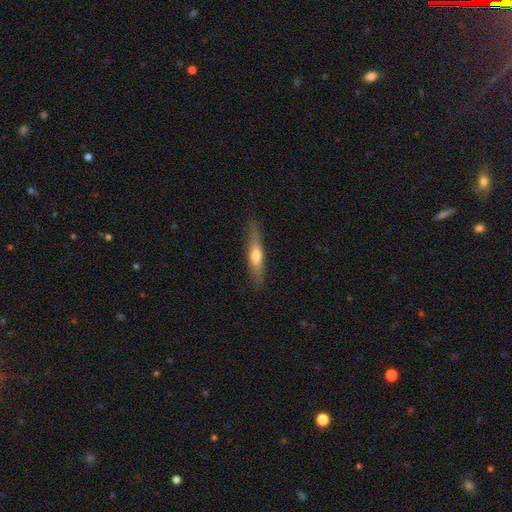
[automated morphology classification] Q: Smooth or featured?
A: smooth (54%); runner-up: featured or disk (40%)
Q: How rounded?
A: cigar-shaped (82%); runner-up: in between (16%)
Q: Merging?
A: none (81%); runner-up: minor disturbance (14%)